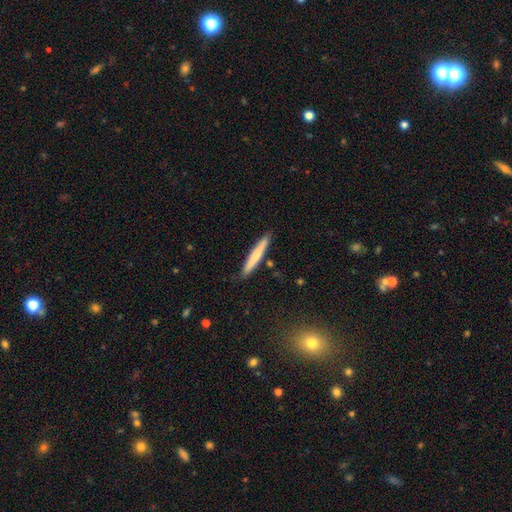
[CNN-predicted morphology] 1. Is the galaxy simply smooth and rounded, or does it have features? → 68% smooth, 26% featured or disk, 6% star or artifact.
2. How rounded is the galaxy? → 95% cigar-shaped, 3% in between, 1% round.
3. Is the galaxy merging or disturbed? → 87% none, 9% minor disturbance, 2% merger, 2% major disturbance.